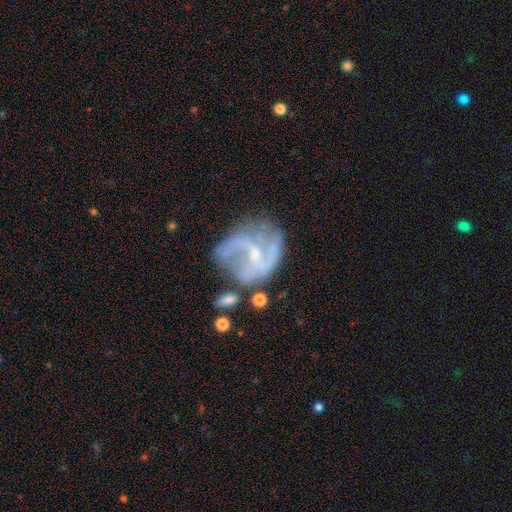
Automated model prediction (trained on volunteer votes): Q: Smooth or featured?
A: featured or disk (83%); runner-up: smooth (10%)
Q: Edge-on disk?
A: no (98%); runner-up: yes (2%)
Q: Bar?
A: weak (48%); runner-up: no (35%)
Q: Spiral arms?
A: yes (90%); runner-up: no (10%)
Q: Spiral winding?
A: loose (45%); runner-up: medium (42%)
Q: Spiral arm count?
A: 2 (66%); runner-up: can't tell (13%)
Q: Bulge size?
A: small (70%); runner-up: moderate (21%)
Q: Merging?
A: none (46%); runner-up: minor disturbance (24%)